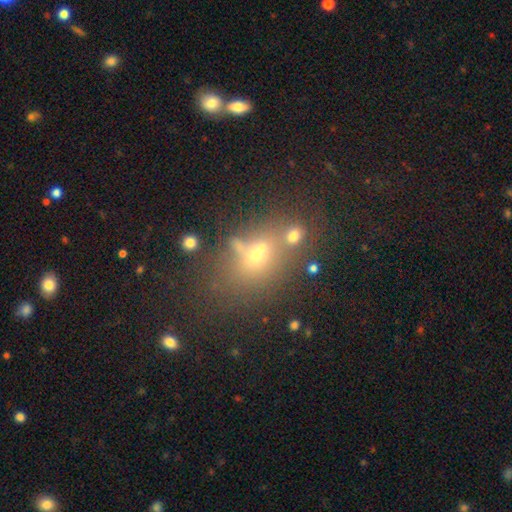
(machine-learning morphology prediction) smooth-or-featured: smooth: 54% | star or artifact: 25% | featured or disk: 21%
  how-rounded: in between: 57% | round: 40% | cigar-shaped: 3%
  merging: none: 39% | merger: 38% | minor disturbance: 12% | major disturbance: 10%